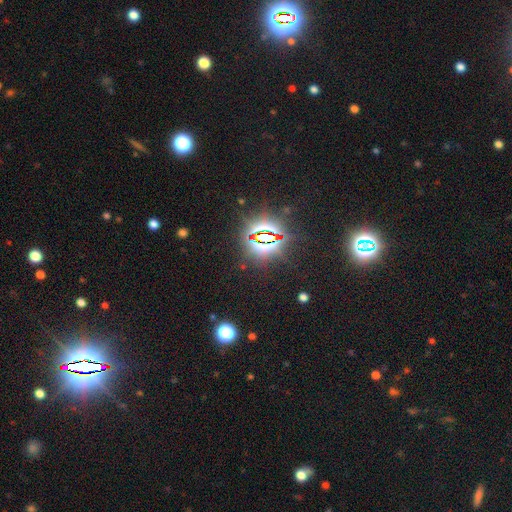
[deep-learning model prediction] A star or artifact, not a galaxy (83%).

Vote fractions:
- Smooth or featured? star or artifact: 83% / smooth: 11% / featured or disk: 6%